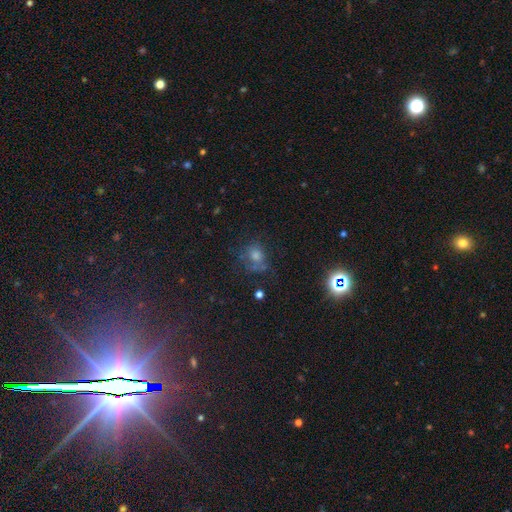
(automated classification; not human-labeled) smooth_or_featured: smooth (p=0.45) [alt: star or artifact p=0.37]
merging: none (p=0.56) [alt: minor disturbance p=0.20]